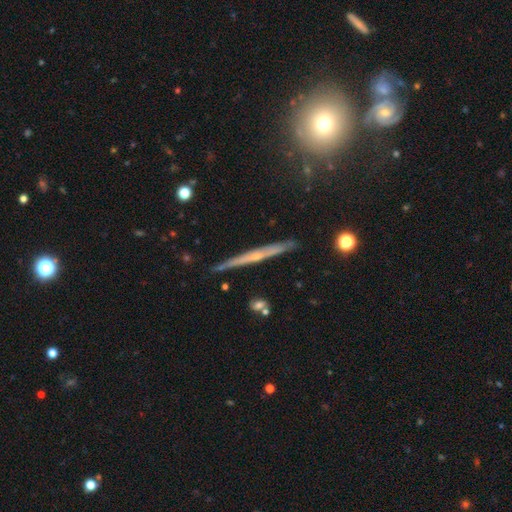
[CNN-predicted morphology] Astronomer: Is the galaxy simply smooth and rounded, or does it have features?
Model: featured or disk — 72%.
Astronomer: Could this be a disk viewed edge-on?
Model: yes — 97%.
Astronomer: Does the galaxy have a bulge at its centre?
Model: rounded — 52% (runner-up: none, 41%).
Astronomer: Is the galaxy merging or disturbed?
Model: none — 88%.